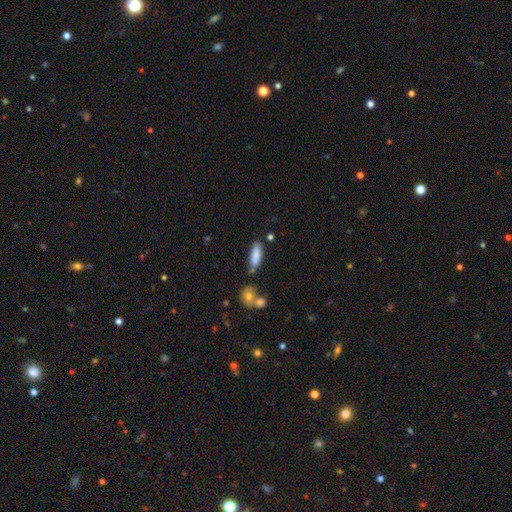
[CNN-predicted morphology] This appears to be a smooth galaxy with no disk features (82%) that is in between round and cigar-shaped (54%). Merging: none (68%).